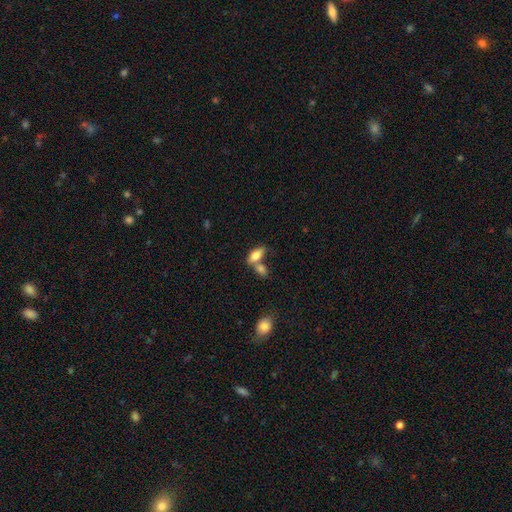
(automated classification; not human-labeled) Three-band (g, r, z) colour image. It shows a smooth galaxy with no disk features (76%) that is in between round and cigar-shaped (83%). Merging: none (45%).